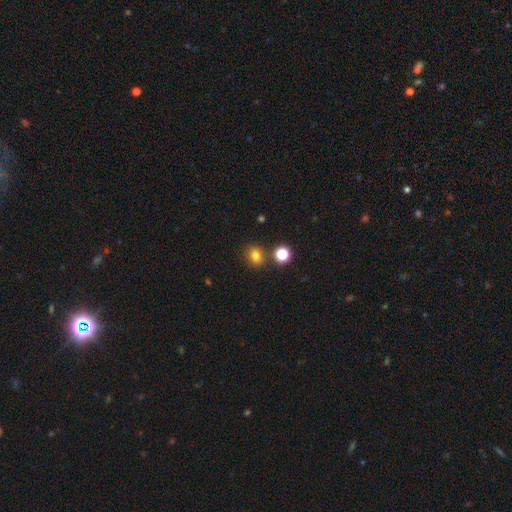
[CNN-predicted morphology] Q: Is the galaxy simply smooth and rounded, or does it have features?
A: smooth — 78%.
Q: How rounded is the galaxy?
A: round — 62%.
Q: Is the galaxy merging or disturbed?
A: none — 79%.